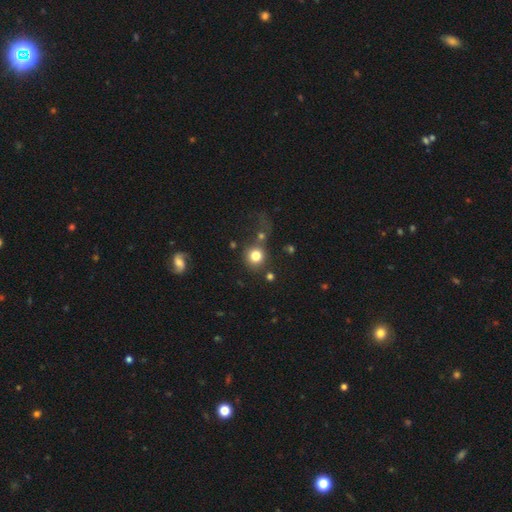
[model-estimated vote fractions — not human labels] Q: Smooth or featured?
A: smooth (79%); runner-up: star or artifact (12%)
Q: How rounded?
A: round (90%); runner-up: in between (9%)
Q: Merging?
A: none (62%); runner-up: merger (15%)